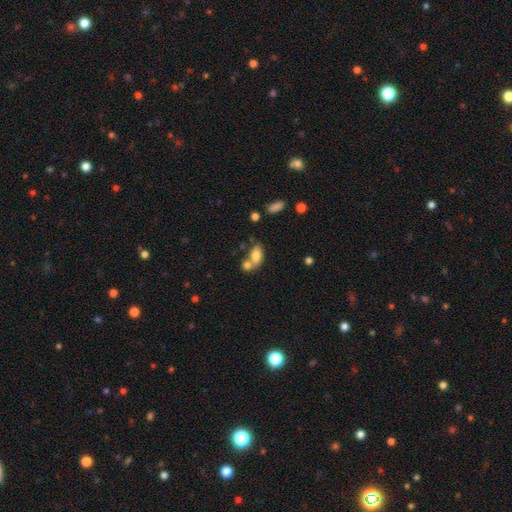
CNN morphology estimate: Q: Smooth or featured?
A: smooth (80%); runner-up: featured or disk (12%)
Q: How rounded?
A: in between (87%); runner-up: round (10%)
Q: Merging?
A: merger (47%); runner-up: none (36%)